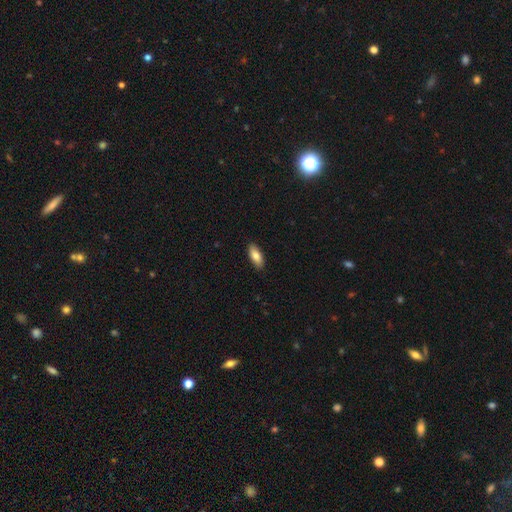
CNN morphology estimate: Smooth or featured: smooth — 82% (featured or disk — 12%)
How rounded: in between — 84% (cigar-shaped — 14%)
Merging: none — 89% (minor disturbance — 8%)